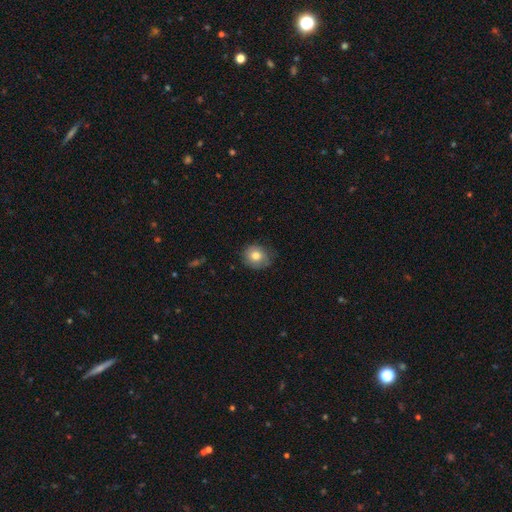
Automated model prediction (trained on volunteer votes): A smooth galaxy with no disk features (79%) that is round (79%).

Vote fractions:
- Smooth or featured? smooth: 79% / featured or disk: 11% / star or artifact: 9%
- How rounded? round: 79% / in between: 20% / cigar-shaped: 1%
- Merging? none: 77% / minor disturbance: 18% / major disturbance: 3% / merger: 1%